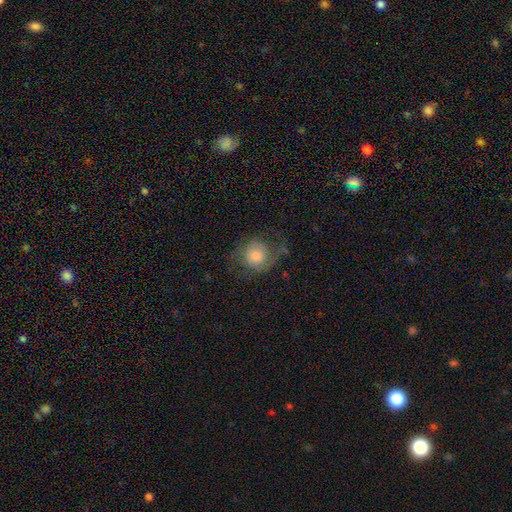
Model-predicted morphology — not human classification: smooth 57%, featured or disk 34%, star or artifact 10%. Down the decision tree: how rounded — round (80%); merging — none (53%).